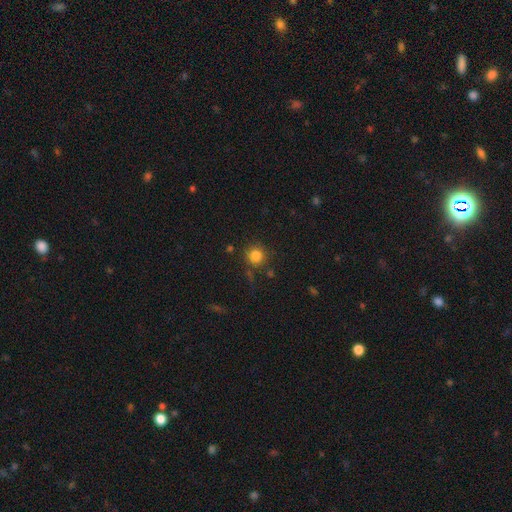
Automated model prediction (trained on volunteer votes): Q: Smooth or featured?
A: smooth (82%); runner-up: star or artifact (12%)
Q: How rounded?
A: round (93%); runner-up: in between (7%)
Q: Merging?
A: none (83%); runner-up: minor disturbance (9%)